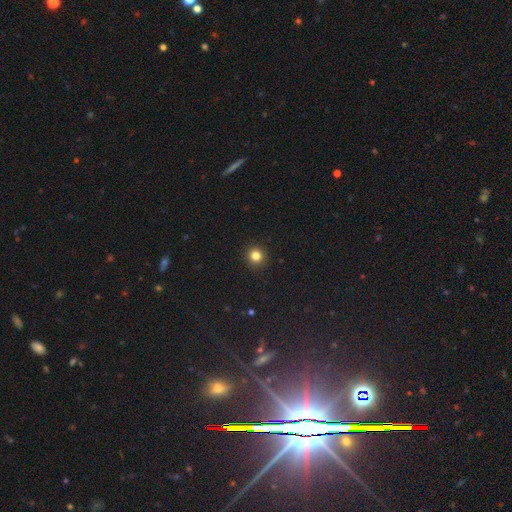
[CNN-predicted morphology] The model was most divided on "smooth or featured": smooth: 83%, star or artifact: 13%, featured or disk: 4%. More confident: how rounded — round (95%); merging — none (93%).